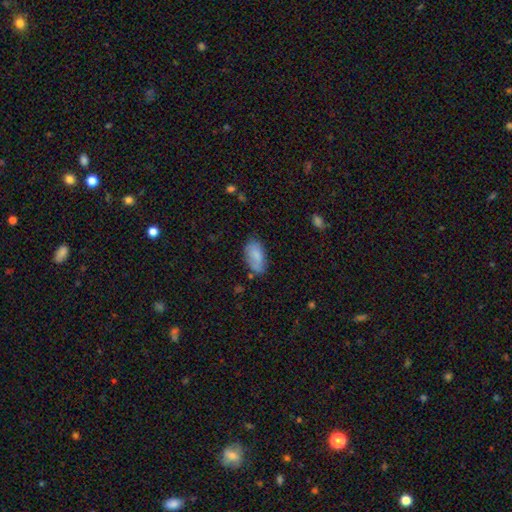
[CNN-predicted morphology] Q: Smooth or featured?
A: smooth (82%); runner-up: featured or disk (12%)
Q: How rounded?
A: in between (93%); runner-up: cigar-shaped (4%)
Q: Merging?
A: none (70%); runner-up: minor disturbance (22%)